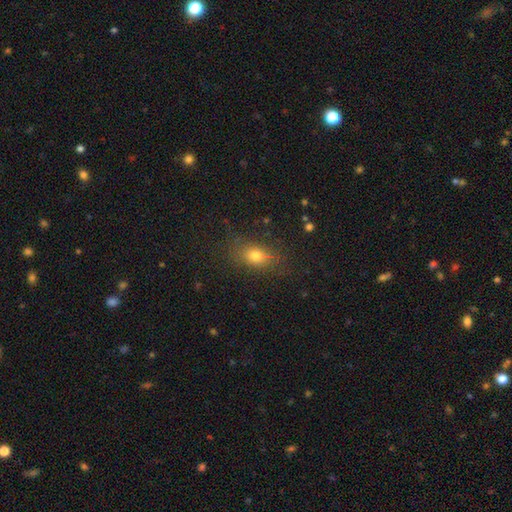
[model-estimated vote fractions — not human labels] A smooth galaxy with no disk features (74%) that is in between round and cigar-shaped (73%).

Vote fractions:
- Smooth or featured? smooth: 74% / star or artifact: 14% / featured or disk: 12%
- How rounded? in between: 73% / round: 22% / cigar-shaped: 5%
- Merging? none: 76% / minor disturbance: 16% / major disturbance: 7% / merger: 2%